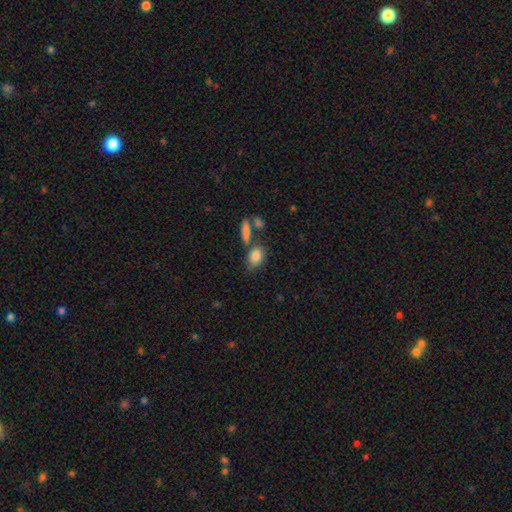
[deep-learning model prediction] smooth-or-featured: smooth: 83% | featured or disk: 9% | star or artifact: 8%
  how-rounded: in between: 76% | round: 19% | cigar-shaped: 5%
  merging: none: 56% | merger: 21% | minor disturbance: 17% | major disturbance: 6%